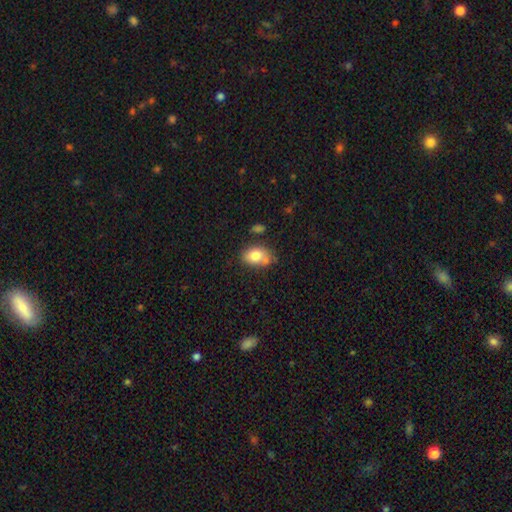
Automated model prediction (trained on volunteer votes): Overall: smooth (79%). How rounded: in between (81%). Merging: none (58%; minor disturbance 24%).